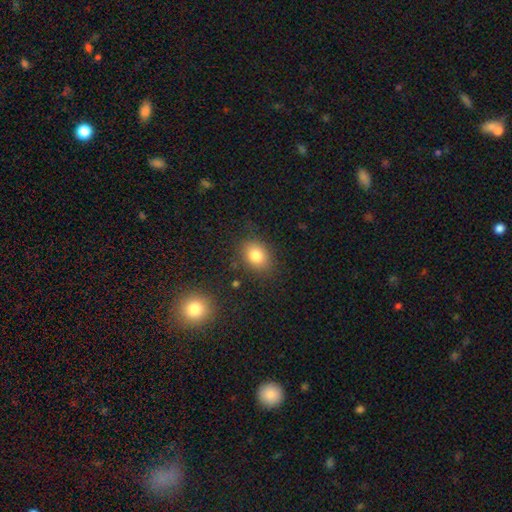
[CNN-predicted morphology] The model was most divided on "how rounded": in between: 62%, round: 37%, cigar-shaped: 1%. More confident: merging — none (81%); smooth or featured — smooth (81%).